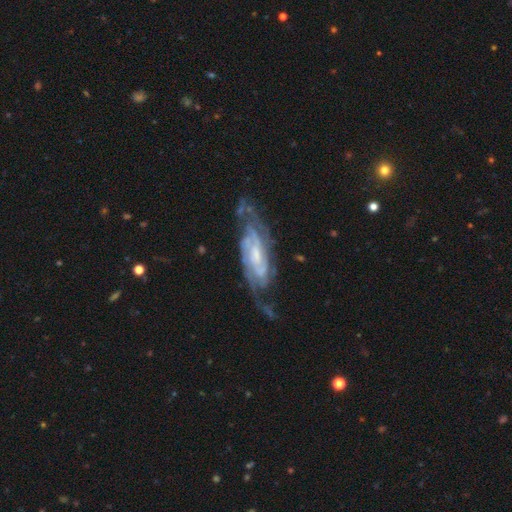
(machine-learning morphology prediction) This is clearly a featured or disk galaxy (89%). It is clearly not viewed edge-on (91%). Bar: marginally weak (44%). Spiral arm pattern: clearly yes (97%). Spiral arm count: possibly 2 (53%). Spiral winding: possibly tight (55%). Central bulge: possibly small (49%). Merging: likely none (67%).